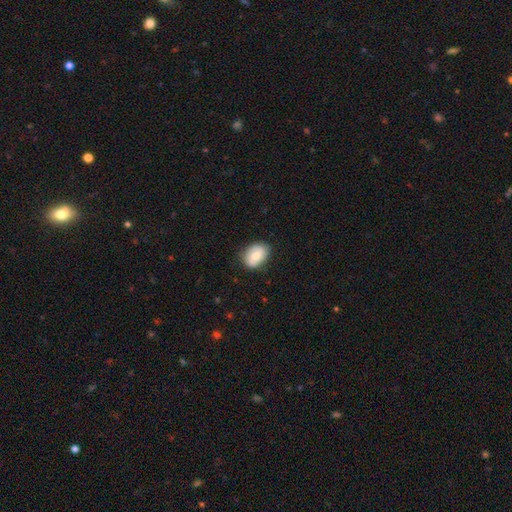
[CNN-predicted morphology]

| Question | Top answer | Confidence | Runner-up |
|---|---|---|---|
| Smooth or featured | smooth | 69% | featured or disk (24%) |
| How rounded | in between | 71% | round (28%) |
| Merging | none | 78% | minor disturbance (17%) |